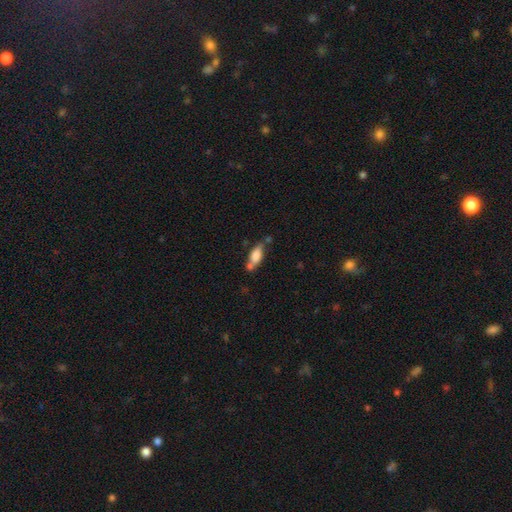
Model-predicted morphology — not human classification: smooth 73%, featured or disk 20%, star or artifact 8%. Down the decision tree: how rounded — in between (73%); merging — none (51%).